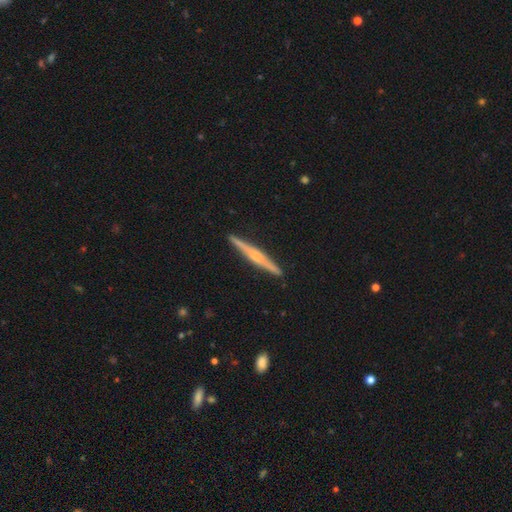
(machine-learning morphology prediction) Smooth or featured? featured or disk (76%)
Edge-on disk? yes (98%)
Edge-on bulge? rounded (71%)
Merging? none (92%)